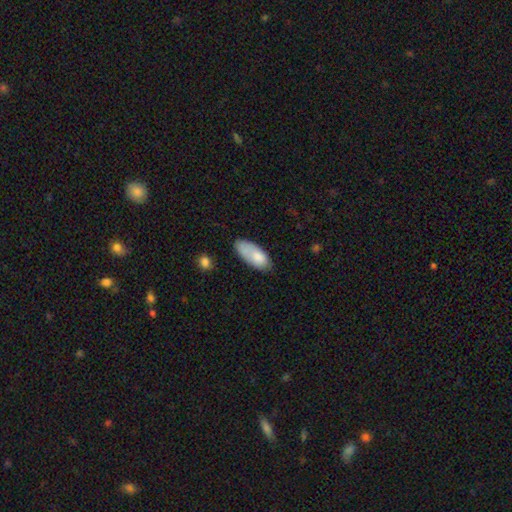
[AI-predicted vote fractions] Smooth or featured? smooth (79%)
How rounded? in between (85%)
Merging? none (50%)